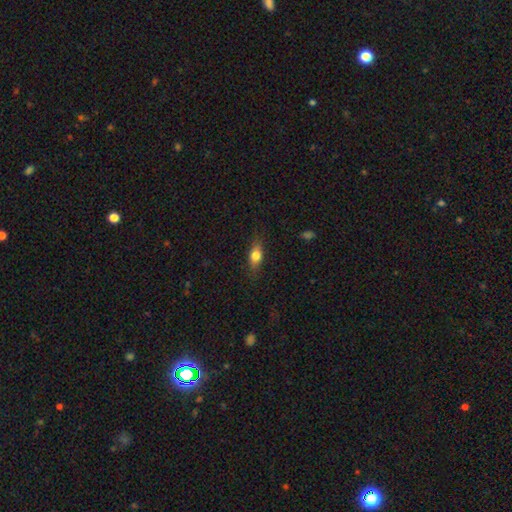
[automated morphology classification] smooth-or-featured: smooth: 72% | featured or disk: 20% | star or artifact: 8%
  how-rounded: in between: 70% | cigar-shaped: 21% | round: 9%
  merging: none: 82% | minor disturbance: 13% | major disturbance: 3% | merger: 1%